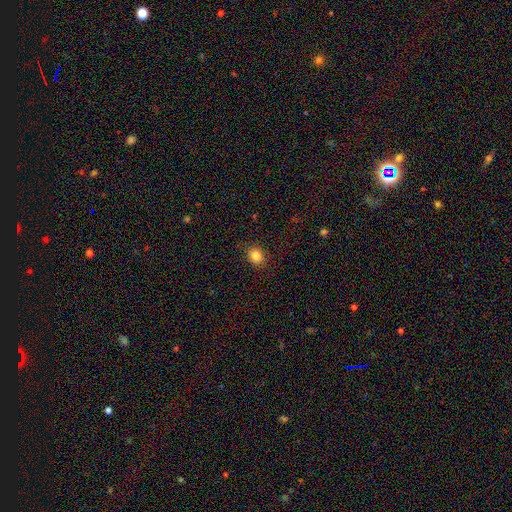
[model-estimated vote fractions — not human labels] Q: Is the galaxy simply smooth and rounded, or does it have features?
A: smooth — 84%.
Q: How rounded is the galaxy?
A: round — 64%.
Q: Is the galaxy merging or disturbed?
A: none — 87%.